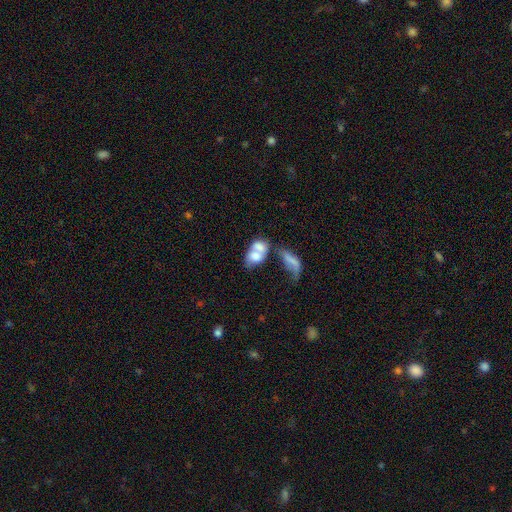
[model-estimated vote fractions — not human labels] Smooth or featured?
  - smooth: 60% *
  - featured or disk: 31%
  - star or artifact: 9%
How rounded?
  - in between: 82% *
  - round: 15%
  - cigar-shaped: 3%
Merging?
  - merger: 72% *
  - none: 11%
  - major disturbance: 10%
  - minor disturbance: 7%